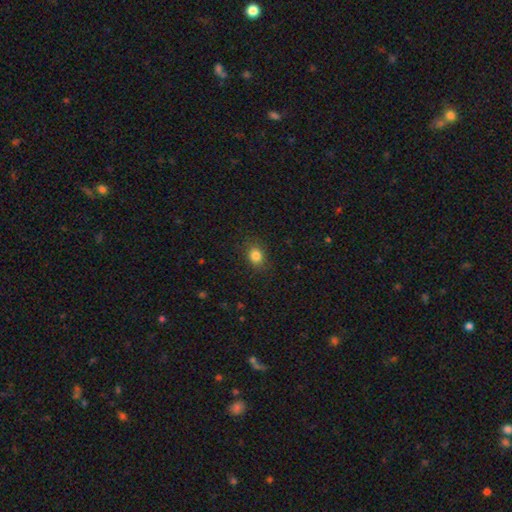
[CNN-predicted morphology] type=smooth (84%); roundness=round (52%); merging=none (85%).